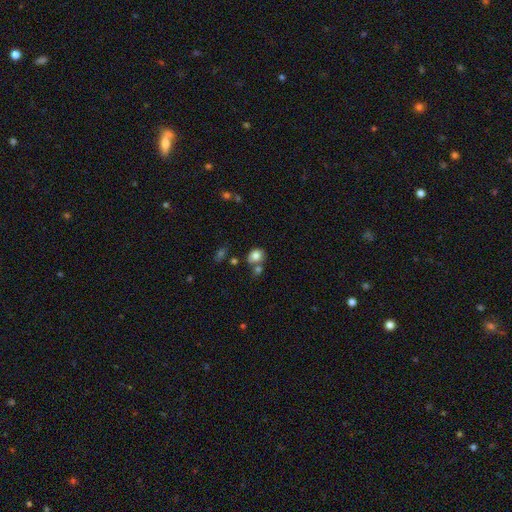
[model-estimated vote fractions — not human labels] Smooth or featured? smooth (79%)
How rounded? round (51%)
Merging? none (52%)